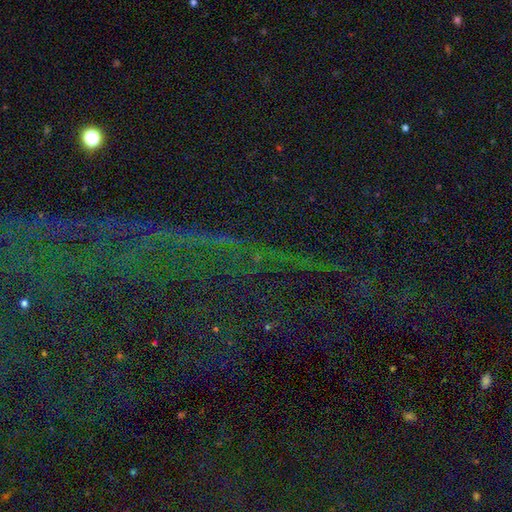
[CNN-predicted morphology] This appears to be a star or artifact, not a galaxy (86%).